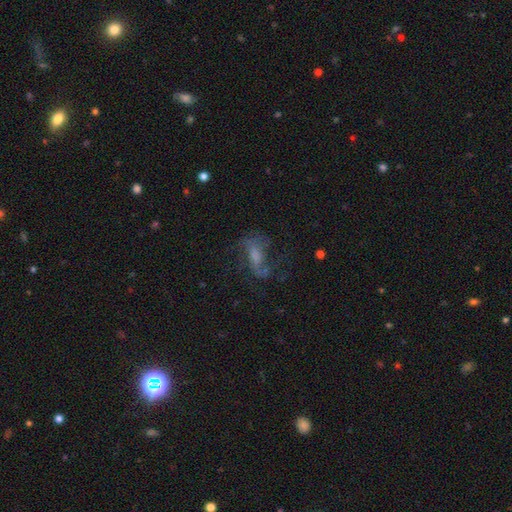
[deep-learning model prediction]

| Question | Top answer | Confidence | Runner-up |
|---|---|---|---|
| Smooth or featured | featured or disk | 67% | smooth (19%) |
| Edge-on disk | no | 94% | yes (6%) |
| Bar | weak | 44% | no (36%) |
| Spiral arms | yes | 85% | no (15%) |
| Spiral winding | loose | 59% | medium (33%) |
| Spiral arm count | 2 | 76% | can't tell (11%) |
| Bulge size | moderate | 33% | small (28%) |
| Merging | none | 54% | major disturbance (26%) |